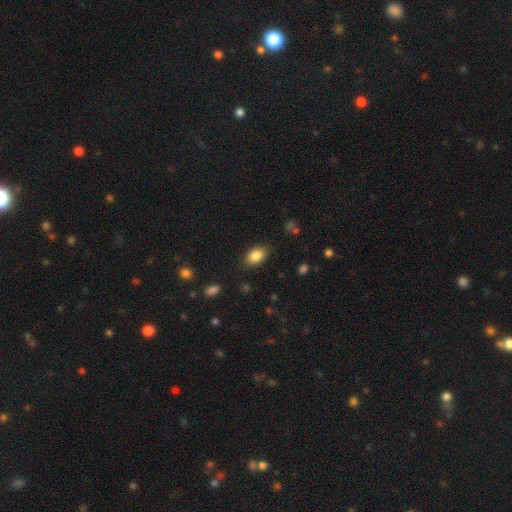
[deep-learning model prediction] This is clearly a smooth galaxy (85%). How rounded: clearly in between (88%). Merging: clearly none (85%).